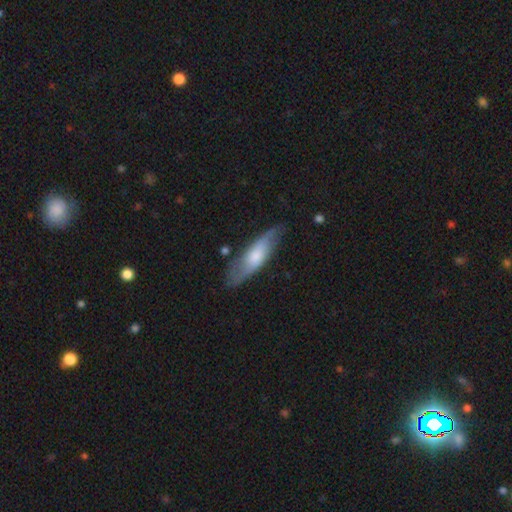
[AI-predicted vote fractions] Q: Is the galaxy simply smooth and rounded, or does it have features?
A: smooth — 51%.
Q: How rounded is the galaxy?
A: cigar-shaped — 57%.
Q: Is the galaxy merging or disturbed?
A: none — 74%.